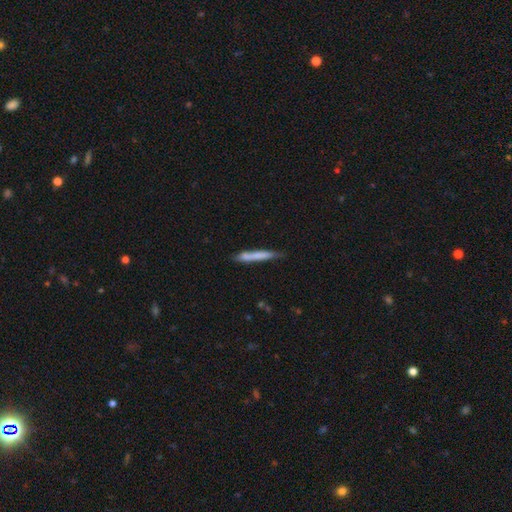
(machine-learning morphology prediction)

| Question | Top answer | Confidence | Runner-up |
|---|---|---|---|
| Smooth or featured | smooth | 67% | featured or disk (27%) |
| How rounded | cigar-shaped | 95% | in between (4%) |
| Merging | none | 72% | minor disturbance (19%) |